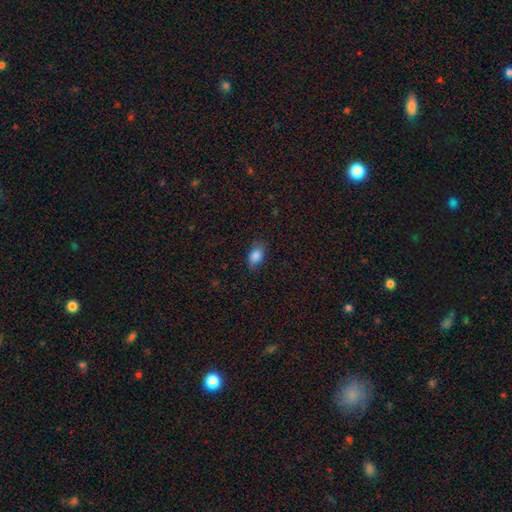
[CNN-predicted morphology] type=smooth (86%); roundness=in between (88%); merging=none (82%).